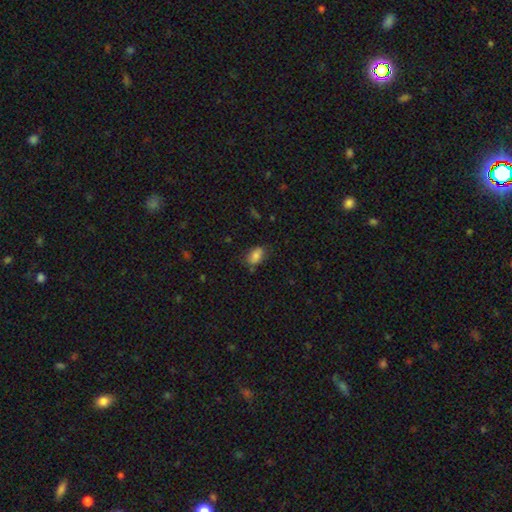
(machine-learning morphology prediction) Overall: smooth (84%). How rounded: in between (89%). Merging: none (72%).